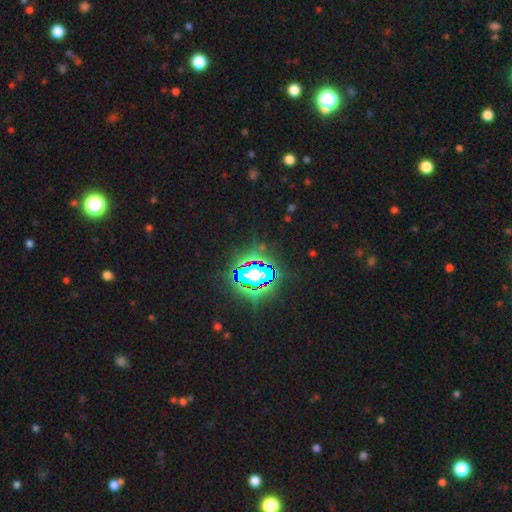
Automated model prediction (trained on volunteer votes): This appears to be a star or artifact, not a galaxy (81%).